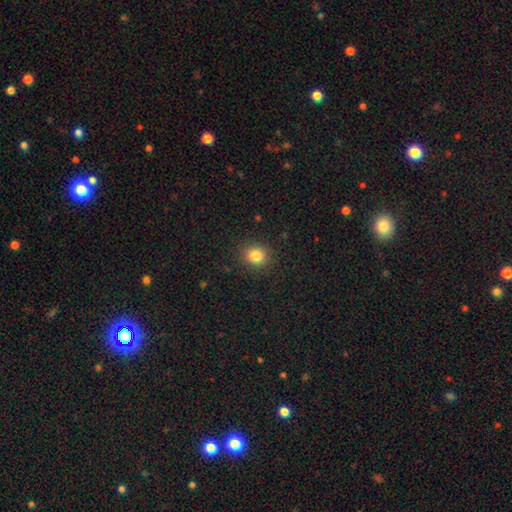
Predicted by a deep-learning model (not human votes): This appears to be a smooth galaxy with no disk features (83%) that is round (78%). Merging: none (89%).